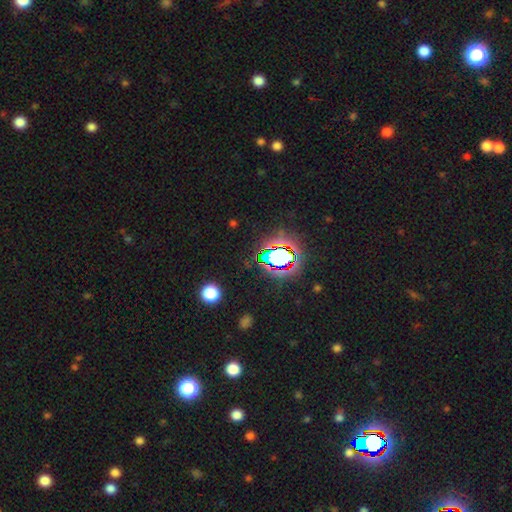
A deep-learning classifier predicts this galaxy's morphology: Smooth or featured? star or artifact (81%)